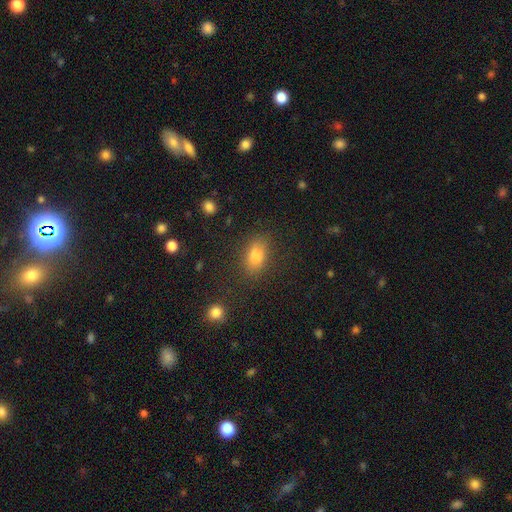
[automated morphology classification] type=smooth (80%); roundness=in between (85%); merging=none (80%).